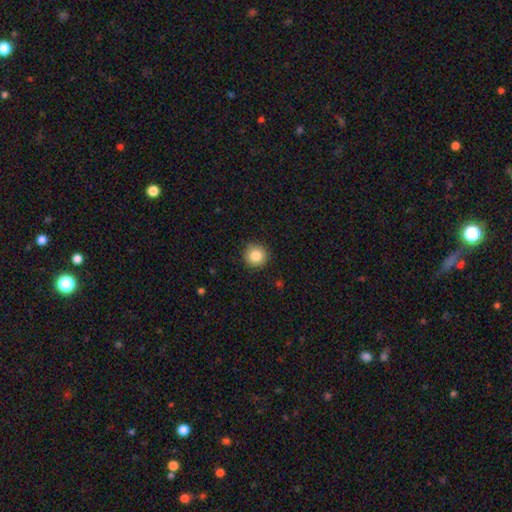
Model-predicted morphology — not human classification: A smooth galaxy with no disk features (85%) that is round (94%). Merging: none (90%).